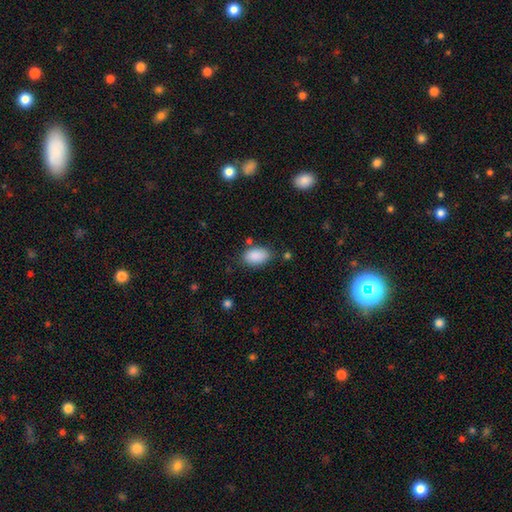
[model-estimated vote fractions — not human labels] A smooth galaxy with no disk features (89%) that is in between round and cigar-shaped (93%).

Vote fractions:
- Smooth or featured? smooth: 89% / star or artifact: 7% / featured or disk: 4%
- How rounded? in between: 93% / round: 5% / cigar-shaped: 2%
- Merging? none: 75% / minor disturbance: 17% / major disturbance: 4% / merger: 4%